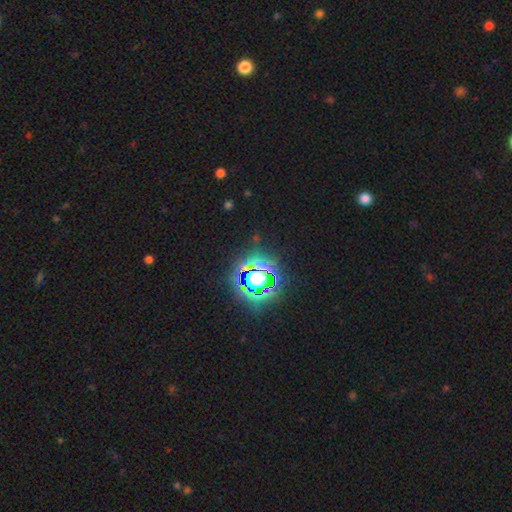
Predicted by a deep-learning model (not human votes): Morphology: type=star or artifact (78%).